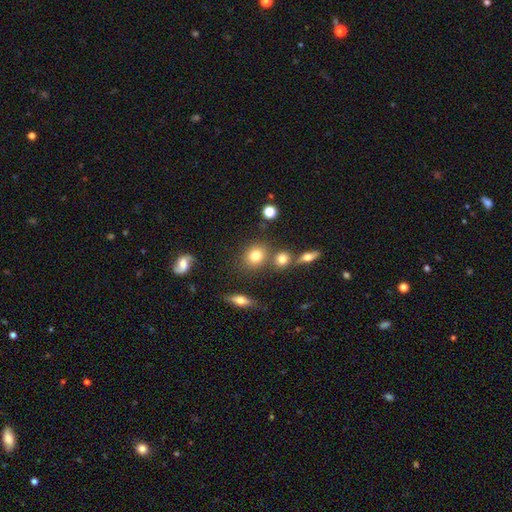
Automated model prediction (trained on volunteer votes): smooth-or-featured: smooth: 77% | star or artifact: 13% | featured or disk: 10%
  how-rounded: round: 67% | in between: 32% | cigar-shaped: 2%
  merging: none: 70% | merger: 15% | minor disturbance: 11% | major disturbance: 4%